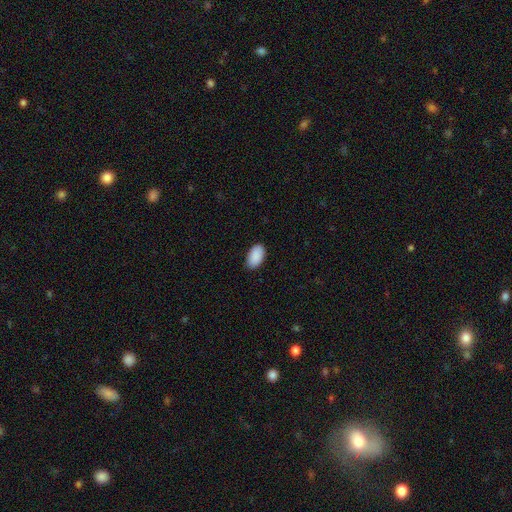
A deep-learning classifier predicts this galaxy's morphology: Smooth or featured? Predicted: smooth (p=0.91). How rounded? Predicted: in between (p=0.95). Merging? Predicted: none (p=0.88).